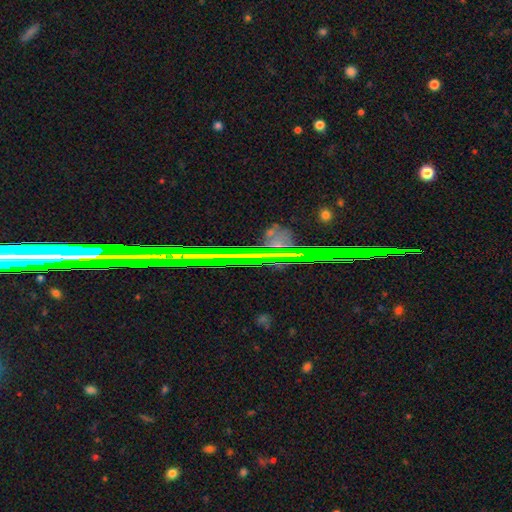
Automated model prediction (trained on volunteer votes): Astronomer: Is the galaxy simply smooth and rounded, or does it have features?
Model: star or artifact — 55% (runner-up: featured or disk, 31%).